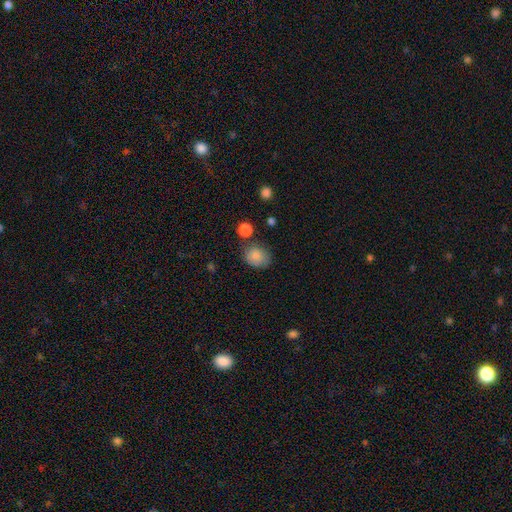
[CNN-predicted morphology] Smooth or featured? smooth (85%)
How rounded? round (54%)
Merging? none (70%)